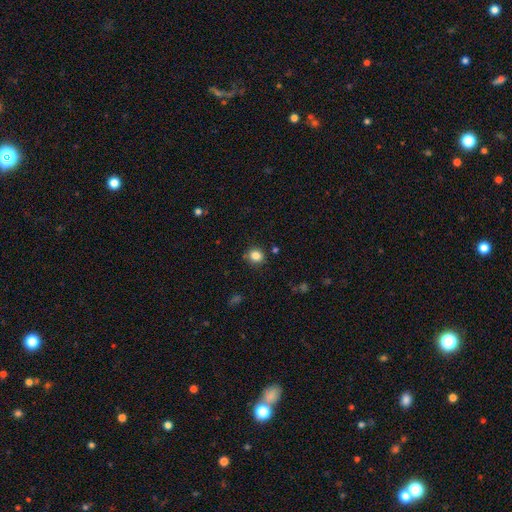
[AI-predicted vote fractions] smooth_or_featured: smooth (p=0.84) [alt: star or artifact p=0.11]
how_rounded: round (p=0.79) [alt: in between p=0.20]
merging: none (p=0.84) [alt: minor disturbance p=0.10]